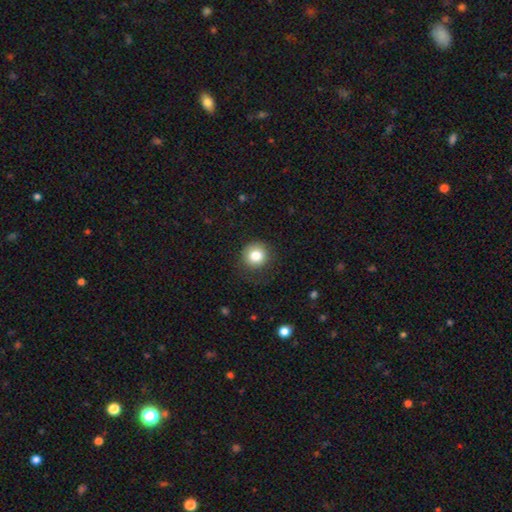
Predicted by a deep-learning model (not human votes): Smooth or featured: smooth — 81% (star or artifact — 11%)
How rounded: round — 92% (in between — 7%)
Merging: none — 82% (minor disturbance — 12%)